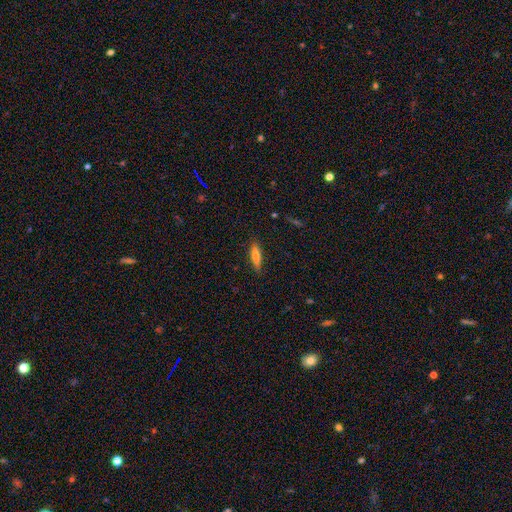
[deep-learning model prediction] smooth-or-featured: smooth: 75% | featured or disk: 18% | star or artifact: 7%
  how-rounded: cigar-shaped: 74% | in between: 24% | round: 2%
  merging: none: 84% | minor disturbance: 12% | major disturbance: 2% | merger: 1%